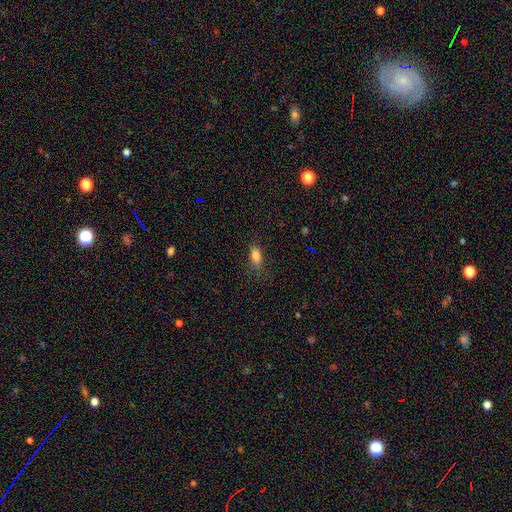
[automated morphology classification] smooth_or_featured: smooth (p=0.83) [alt: star or artifact p=0.10]
how_rounded: in between (p=0.84) [alt: cigar-shaped p=0.10]
merging: none (p=0.74) [alt: minor disturbance p=0.18]